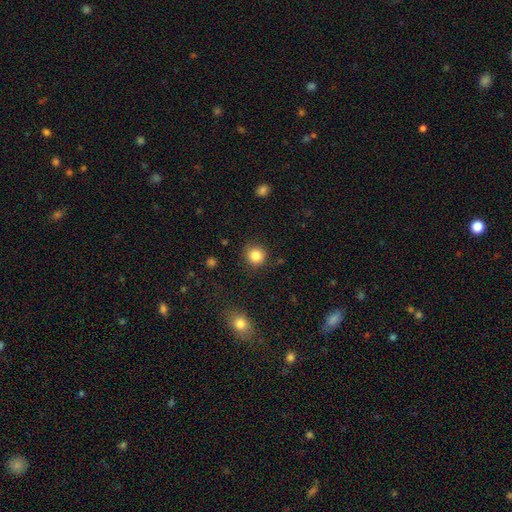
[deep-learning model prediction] Smooth or featured? smooth (85%)
How rounded? round (92%)
Merging? none (89%)